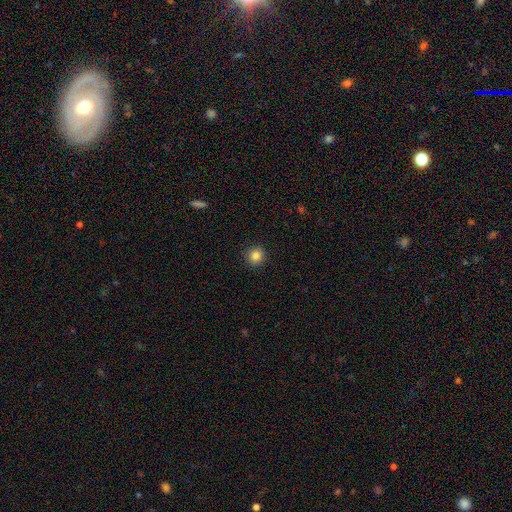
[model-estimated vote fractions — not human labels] Morphology: type=smooth (84%); roundness=round (93%); merging=none (92%).